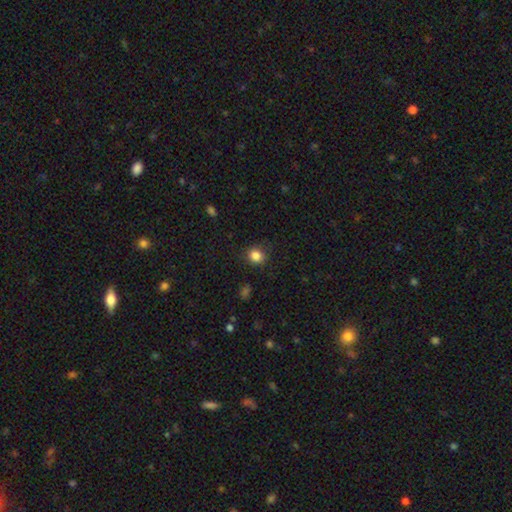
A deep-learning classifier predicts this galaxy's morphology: type=smooth (85%); roundness=round (76%); merging=none (84%).